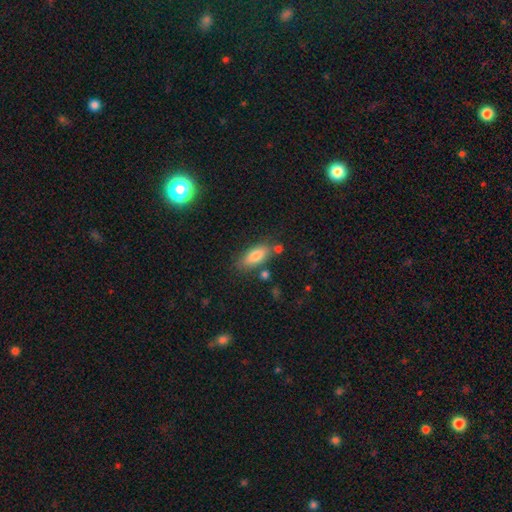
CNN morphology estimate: type=smooth (81%); roundness=in between (78%); merging=none (72%).